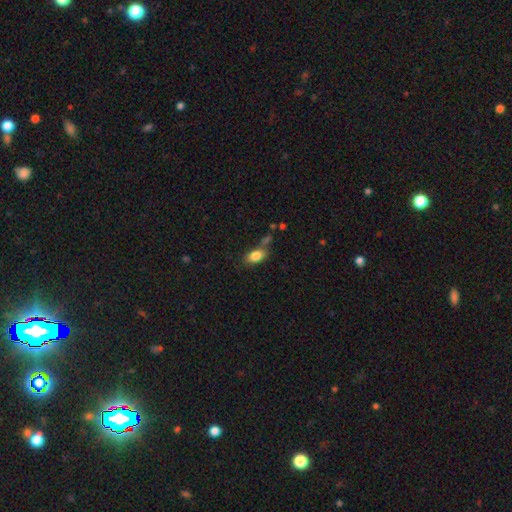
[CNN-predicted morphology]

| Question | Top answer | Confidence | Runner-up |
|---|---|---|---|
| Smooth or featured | smooth | 83% | featured or disk (9%) |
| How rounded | in between | 87% | round (9%) |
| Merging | none | 55% | minor disturbance (21%) |